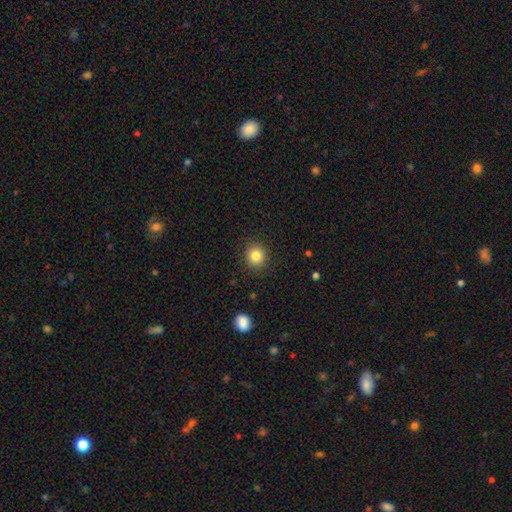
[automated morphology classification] This is clearly a smooth galaxy (84%). How rounded: clearly round (85%). Merging: clearly none (89%).